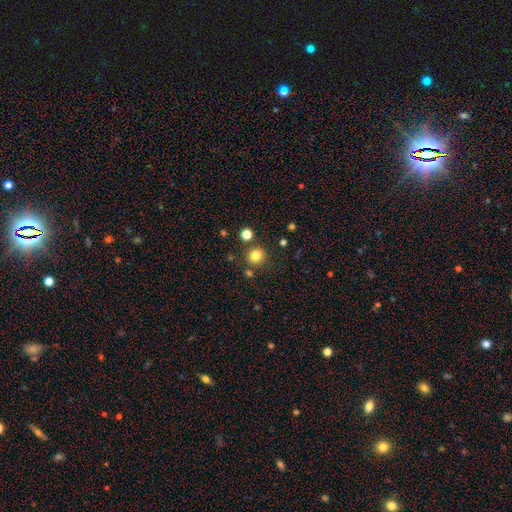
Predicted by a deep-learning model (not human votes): A smooth galaxy with no disk features (81%) that is round (89%). Merging: none (83%).